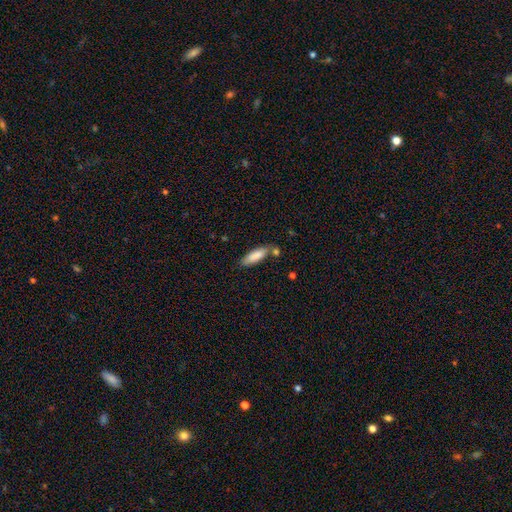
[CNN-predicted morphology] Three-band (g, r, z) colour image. It shows a smooth galaxy with no disk features (83%) that is in between round and cigar-shaped (51%). Merging: none (68%).